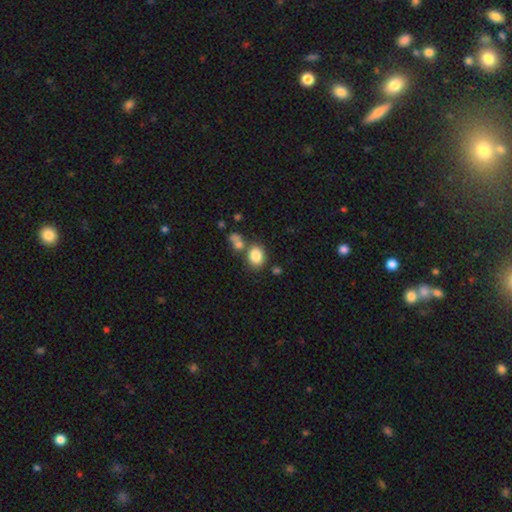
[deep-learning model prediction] Morphology: type=smooth (84%); roundness=in between (58%); merging=none (60%).